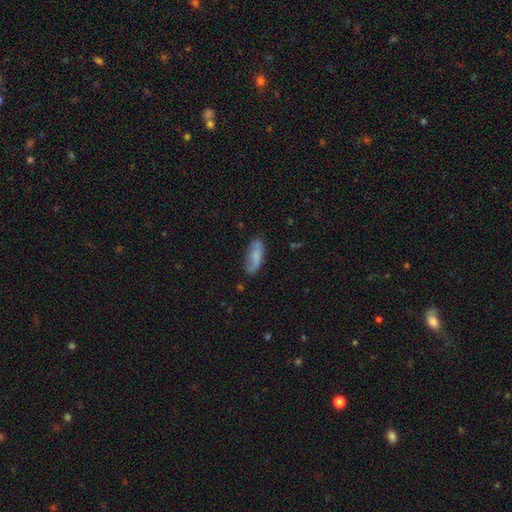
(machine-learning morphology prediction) This is likely a smooth galaxy (69%). How rounded: likely in between (70%). Merging: likely none (63%).